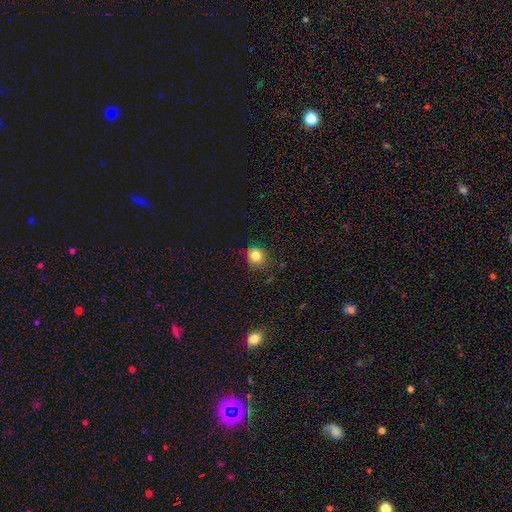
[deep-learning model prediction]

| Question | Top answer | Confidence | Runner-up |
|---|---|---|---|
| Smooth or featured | smooth | 82% | star or artifact (12%) |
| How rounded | round | 84% | in between (15%) |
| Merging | none | 79% | minor disturbance (16%) |